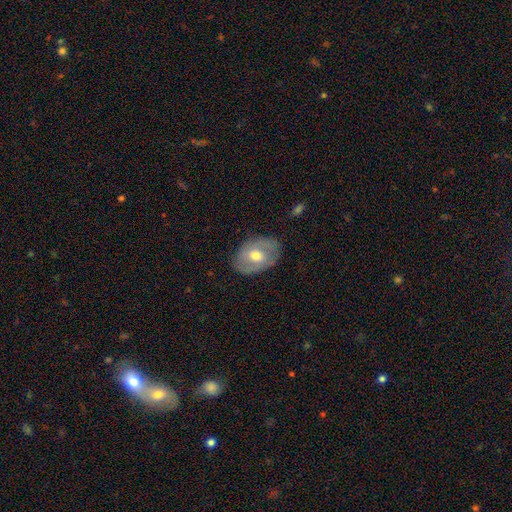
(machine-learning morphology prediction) Q: Smooth or featured?
A: smooth (47%); runner-up: featured or disk (46%)
Q: Merging?
A: none (79%); runner-up: minor disturbance (16%)